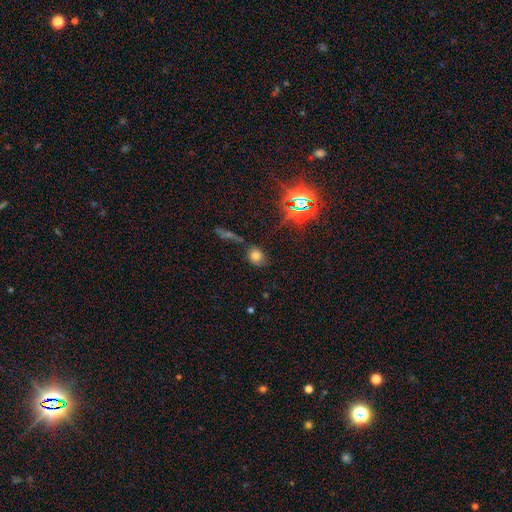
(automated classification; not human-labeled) Smooth or featured? smooth (66%)
How rounded? round (54%)
Merging? none (68%)